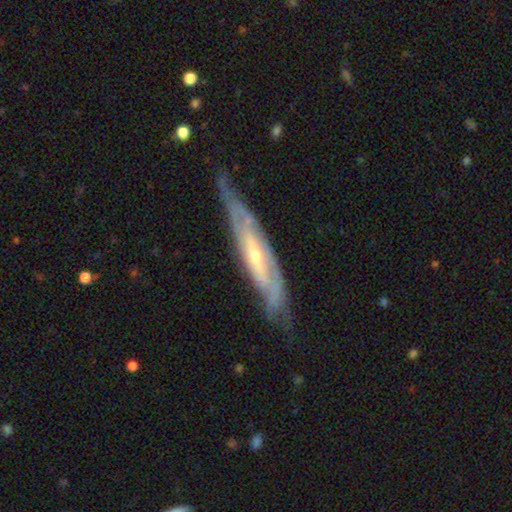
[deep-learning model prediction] featured or disk 83%, smooth 12%, star or artifact 5%. Down the decision tree: edge-on disk — no (59%); merging — none (68%).